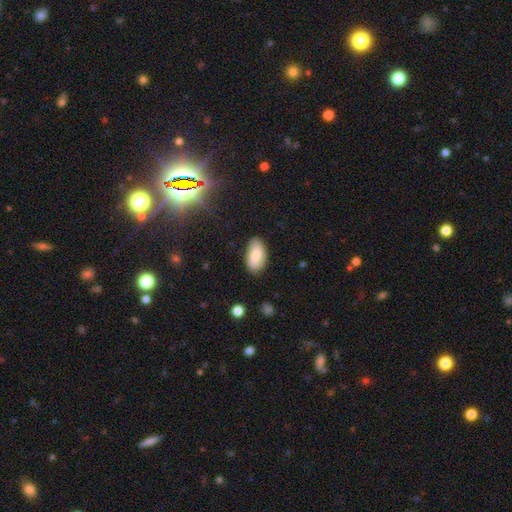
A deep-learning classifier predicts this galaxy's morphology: Overall: smooth (78%). How rounded: in between (94%). Merging: none (80%).